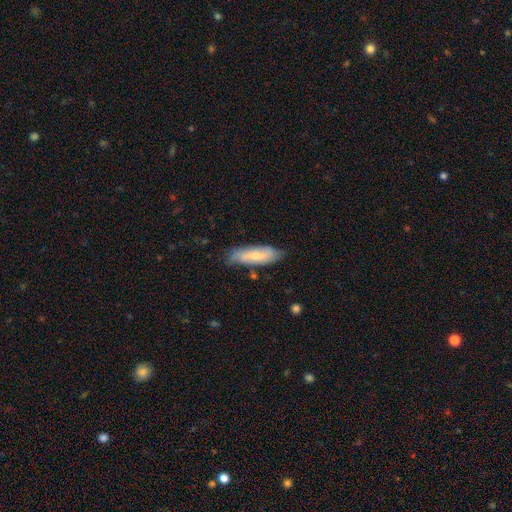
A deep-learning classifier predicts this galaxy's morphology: smooth-or-featured: smooth: 56% | featured or disk: 38% | star or artifact: 6%
  how-rounded: cigar-shaped: 49% (tied) | in between: 49% (tied) | round: 2%
  merging: none: 70% | minor disturbance: 23% | major disturbance: 5% | merger: 2%